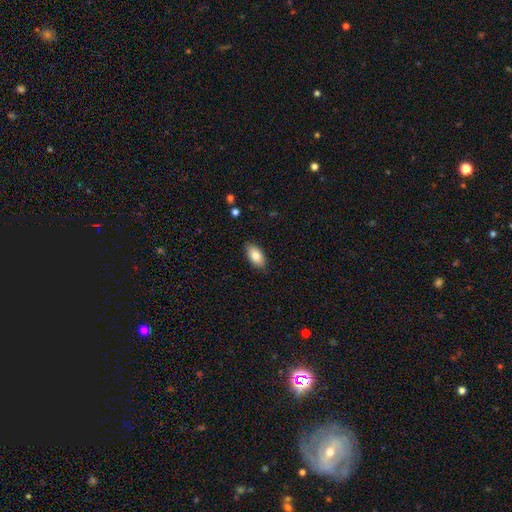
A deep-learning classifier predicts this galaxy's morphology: Smooth or featured: smooth — 83% (featured or disk — 10%)
How rounded: in between — 93% (cigar-shaped — 4%)
Merging: none — 87% (minor disturbance — 10%)